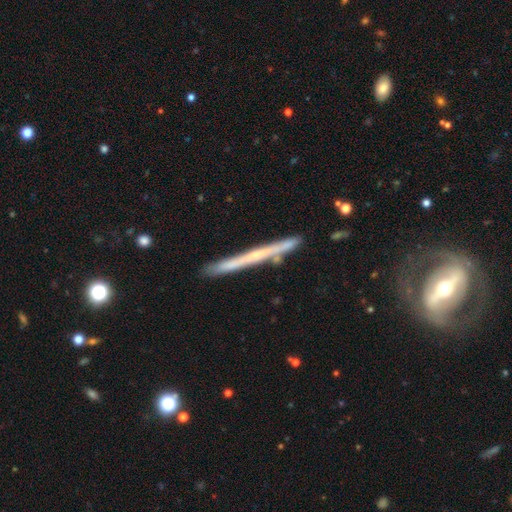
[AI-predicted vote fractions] A featured or disk galaxy (68%) viewed edge-on (96%) with no central bulge (63%).

Vote fractions:
- Smooth or featured? featured or disk: 68% / smooth: 25% / star or artifact: 6%
- Edge-on disk? yes: 96% / no: 4%
- Edge-on bulge? none: 63% / rounded: 33% / boxy: 4%
- Merging? none: 85% / minor disturbance: 10% / merger: 3% / major disturbance: 2%